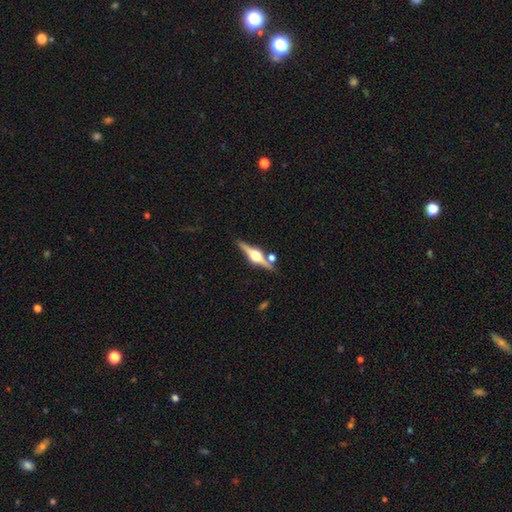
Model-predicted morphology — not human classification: type=featured or disk (84%); edge-on=yes (98%); edge-on bulge=rounded (96%); merging=none (83%).